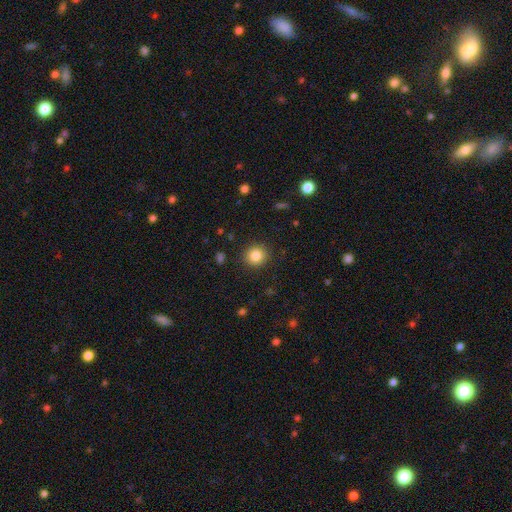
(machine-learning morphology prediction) The model was most divided on "smooth or featured": smooth: 84%, star or artifact: 11%, featured or disk: 5%. More confident: how rounded — round (91%); merging — none (91%).